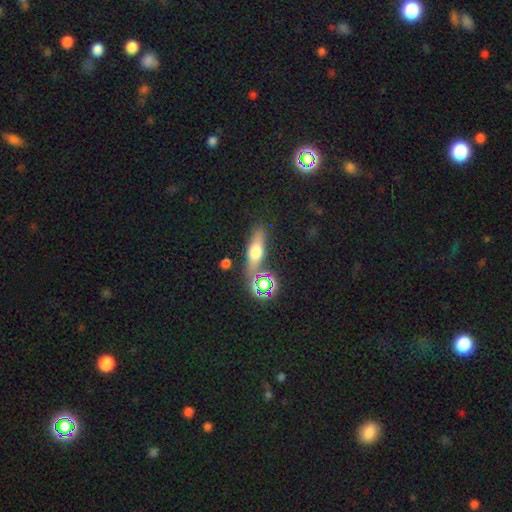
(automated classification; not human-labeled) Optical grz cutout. It shows a smooth galaxy with no disk features (47%). Merging: none (67%).